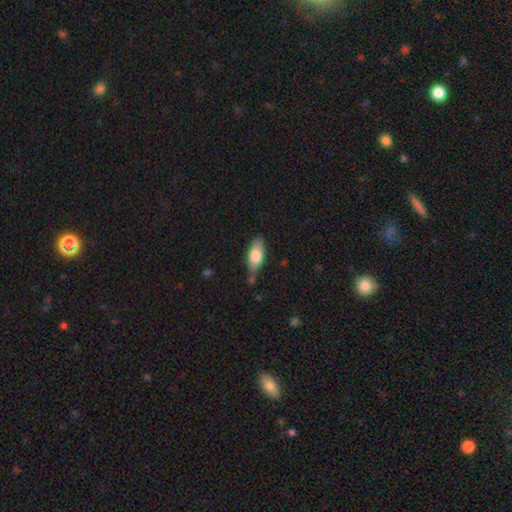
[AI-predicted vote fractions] Overall: smooth (74%). How rounded: in between (81%). Merging: none (67%).